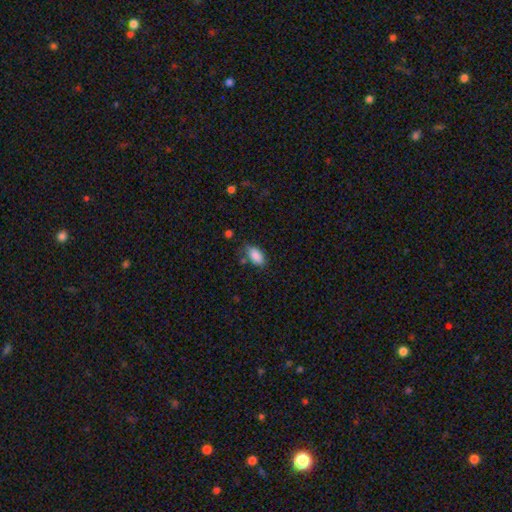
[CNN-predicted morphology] Smooth or featured: smooth — 87% (star or artifact — 8%)
How rounded: in between — 93% (round — 5%)
Merging: none — 67% (minor disturbance — 23%)